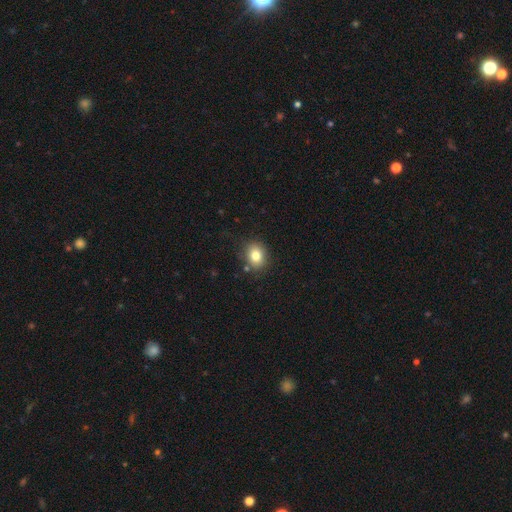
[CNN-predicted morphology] Smooth or featured? smooth (81%)
How rounded? round (55%)
Merging? none (82%)